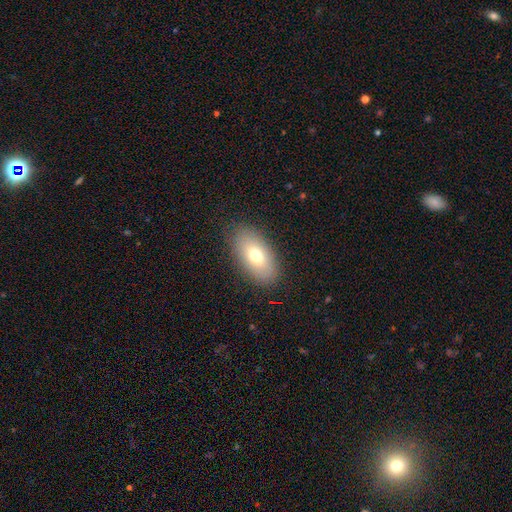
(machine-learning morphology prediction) The model was most divided on "smooth or featured": smooth: 72%, featured or disk: 19%, star or artifact: 9%. More confident: how rounded — in between (92%); merging — none (85%).